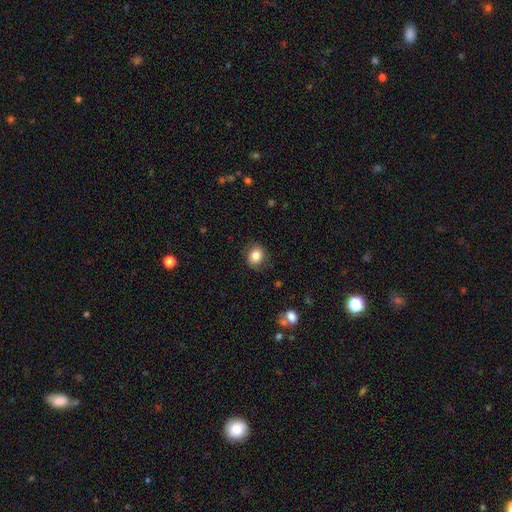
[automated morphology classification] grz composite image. It shows a smooth galaxy with no disk features (83%) that is round (65%). Merging: none (84%).